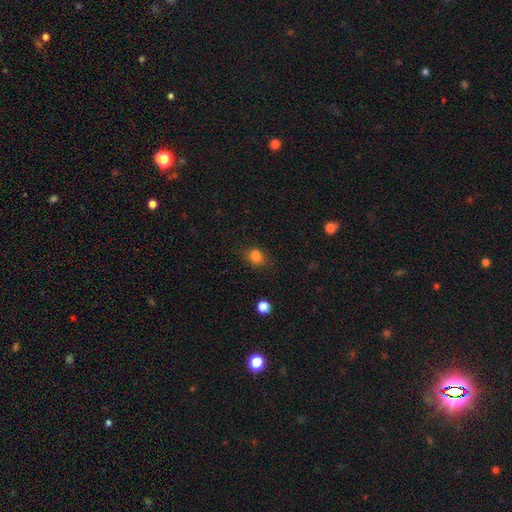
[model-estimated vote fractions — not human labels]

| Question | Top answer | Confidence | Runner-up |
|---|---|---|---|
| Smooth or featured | smooth | 77% | star or artifact (15%) |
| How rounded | in between | 54% | round (45%) |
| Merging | none | 61% | minor disturbance (18%) |